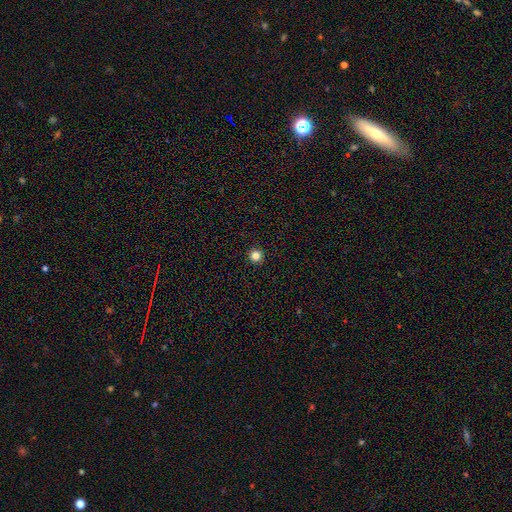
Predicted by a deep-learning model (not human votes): Smooth or featured? Predicted: smooth (p=0.83). How rounded? Predicted: round (p=0.97). Merging? Predicted: none (p=0.94).